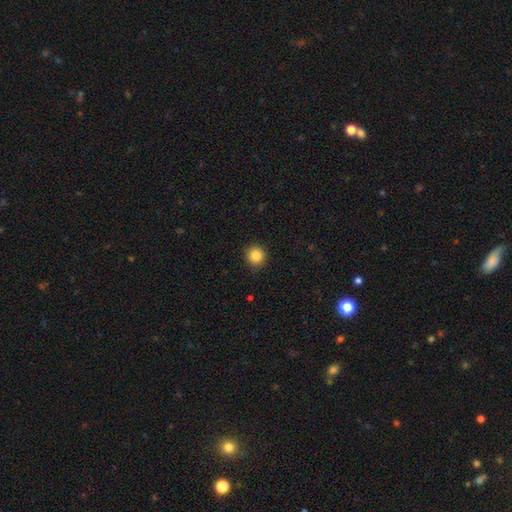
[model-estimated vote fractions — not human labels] smooth 85%, star or artifact 10%, featured or disk 5%. Down the decision tree: how rounded — round (94%); merging — none (90%).